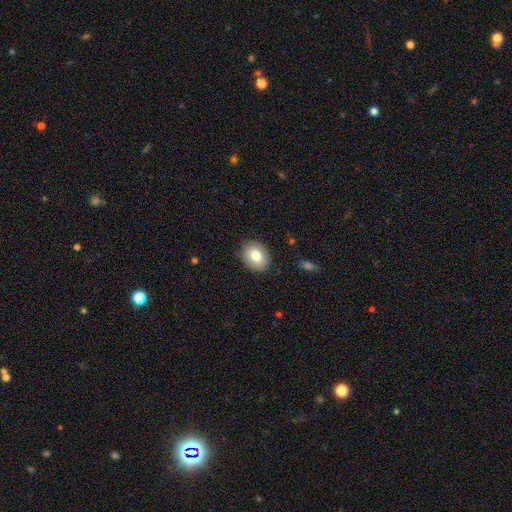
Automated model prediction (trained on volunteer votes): This is likely a smooth galaxy (78%). How rounded: possibly in between (55%). Merging: clearly none (86%).